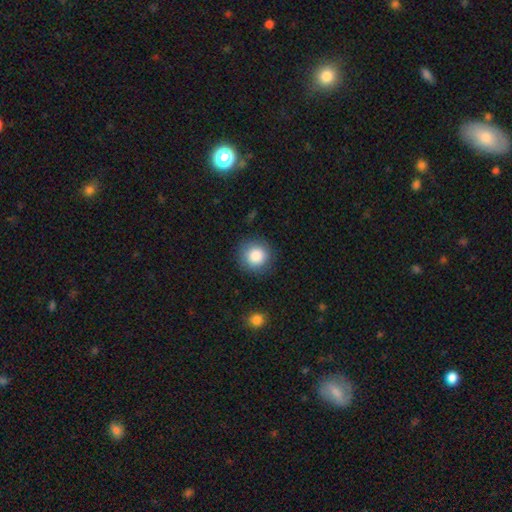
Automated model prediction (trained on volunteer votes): A smooth galaxy with no disk features (86%) that is round (93%).

Vote fractions:
- Smooth or featured? smooth: 86% / star or artifact: 9% / featured or disk: 5%
- How rounded? round: 93% / in between: 7% / cigar-shaped: 1%
- Merging? none: 86% / minor disturbance: 9% / major disturbance: 3% / merger: 1%